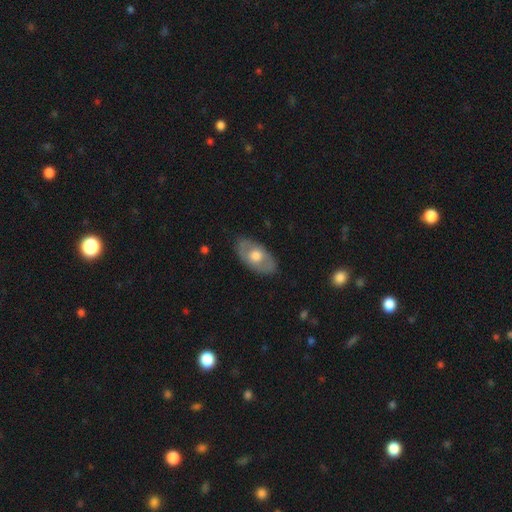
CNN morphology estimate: This is possibly a smooth galaxy (50%). Merging: clearly none (82%).